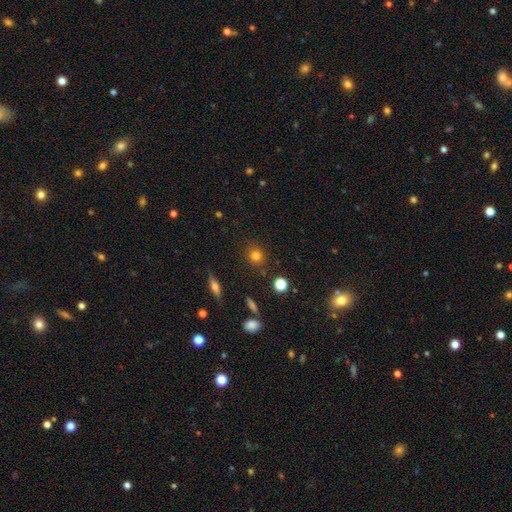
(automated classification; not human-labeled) smooth_or_featured: smooth (p=0.79) [alt: star or artifact p=0.13]
how_rounded: round (p=0.86) [alt: in between p=0.12]
merging: none (p=0.87) [alt: minor disturbance p=0.08]